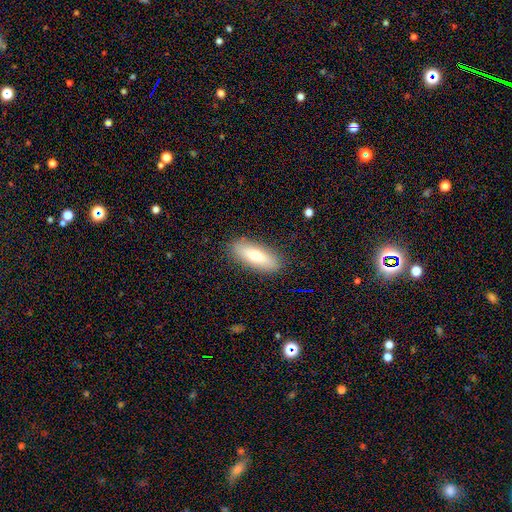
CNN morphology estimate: Smooth or featured? smooth (68%)
How rounded? in between (66%)
Merging? none (88%)